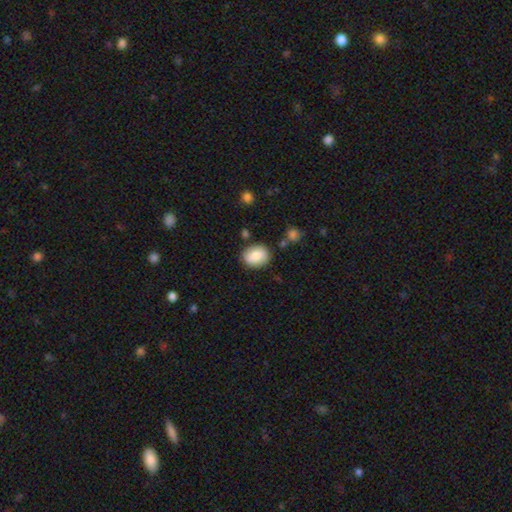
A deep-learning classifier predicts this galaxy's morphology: type=smooth (82%); roundness=in between (56%); merging=none (82%).